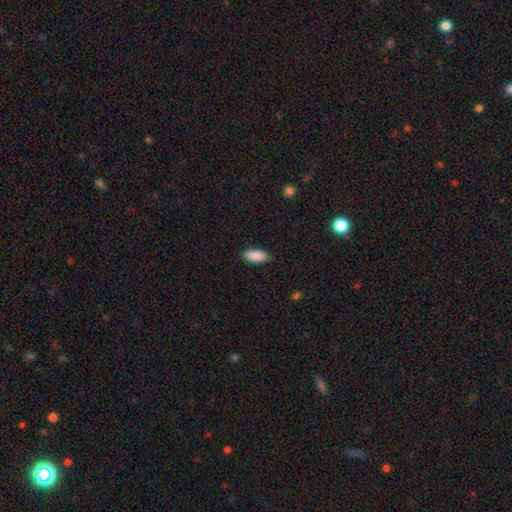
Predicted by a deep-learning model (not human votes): smooth-or-featured: smooth: 90% | star or artifact: 6% | featured or disk: 3%
  how-rounded: in between: 88% | cigar-shaped: 10% | round: 2%
  merging: none: 87% | minor disturbance: 9% | major disturbance: 2% | merger: 1%